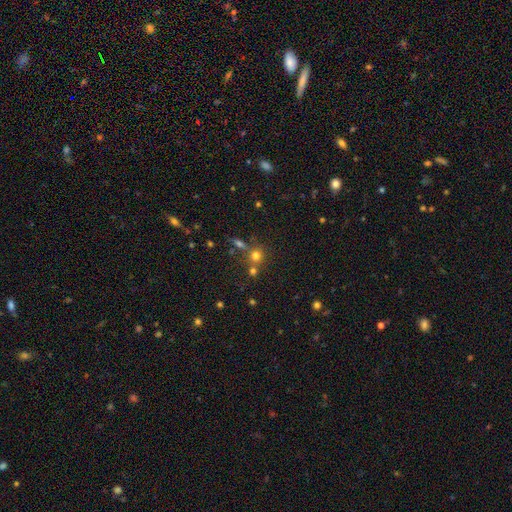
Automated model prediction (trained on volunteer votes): Smooth or featured?
  - smooth: 68% *
  - star or artifact: 21%
  - featured or disk: 11%
How rounded?
  - round: 87% *
  - in between: 12%
  - cigar-shaped: 1%
Merging?
  - none: 60% *
  - merger: 26%
  - minor disturbance: 9%
  - major disturbance: 4%